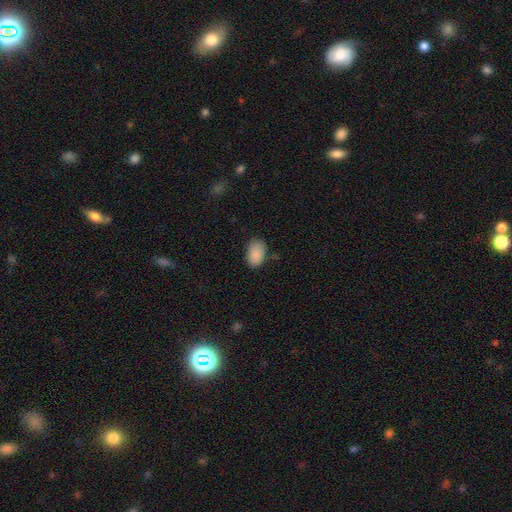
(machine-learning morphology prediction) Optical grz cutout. It shows a smooth galaxy with no disk features (89%) that is in between round and cigar-shaped (89%). Merging: none (75%).